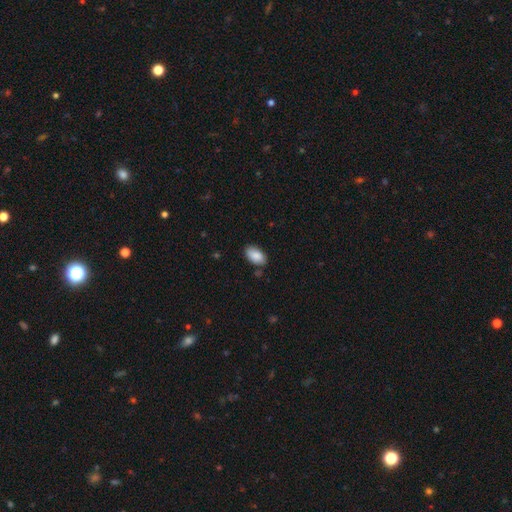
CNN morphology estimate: Smooth or featured: smooth — 87% (featured or disk — 7%)
How rounded: in between — 94% (round — 4%)
Merging: none — 79% (minor disturbance — 16%)